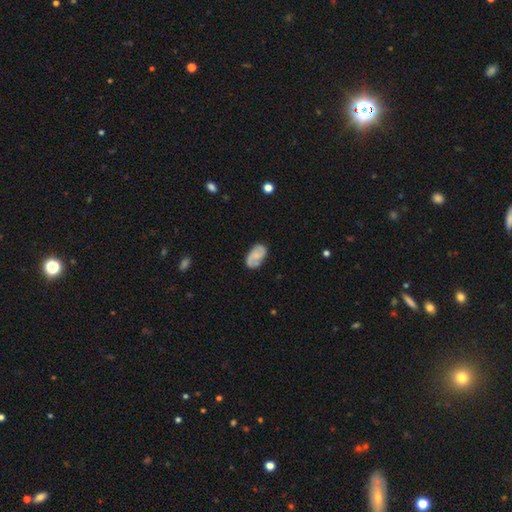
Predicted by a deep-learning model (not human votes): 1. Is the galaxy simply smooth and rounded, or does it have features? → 59% featured or disk, 34% smooth, 7% star or artifact.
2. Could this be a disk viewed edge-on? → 97% no, 3% yes.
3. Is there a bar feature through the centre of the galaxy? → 61% no, 33% weak, 6% strong.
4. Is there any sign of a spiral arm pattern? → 86% yes, 14% no.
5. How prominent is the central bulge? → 51% small, 25% moderate, 21% none, 2% large, 1% dominant.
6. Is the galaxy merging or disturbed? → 68% none, 22% minor disturbance, 7% major disturbance, 3% merger.